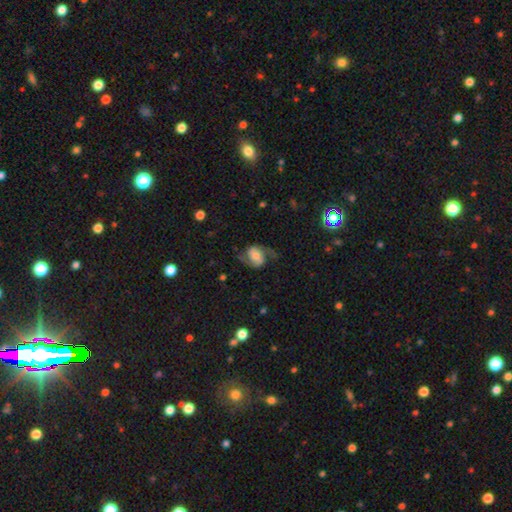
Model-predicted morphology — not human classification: Smooth or featured: featured or disk — 77% (smooth — 15%)
Edge-on disk: no — 97% (yes — 3%)
Bar: no — 50% (weak — 36%)
Spiral arms: yes — 95% (no — 5%)
Spiral winding: loose — 45% (medium — 43%)
Spiral arm count: 2 — 92% (can't tell — 3%)
Bulge size: moderate — 40% (small — 30%)
Merging: none — 68% (minor disturbance — 17%)